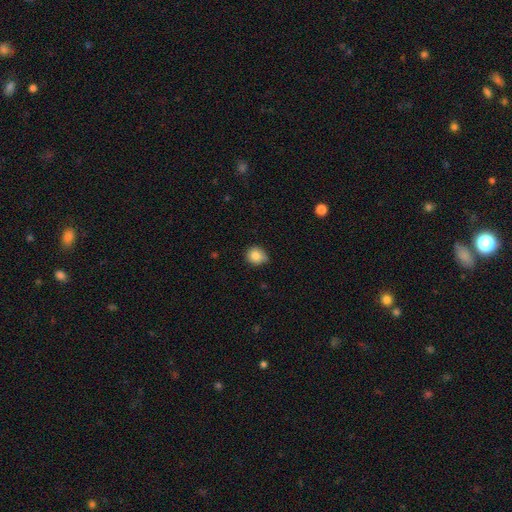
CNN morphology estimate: A smooth galaxy with no disk features (85%) that is round (80%).

Vote fractions:
- Smooth or featured? smooth: 85% / star or artifact: 9% / featured or disk: 6%
- How rounded? round: 80% / in between: 19% / cigar-shaped: 1%
- Merging? none: 69% / minor disturbance: 26% / major disturbance: 3% / merger: 1%